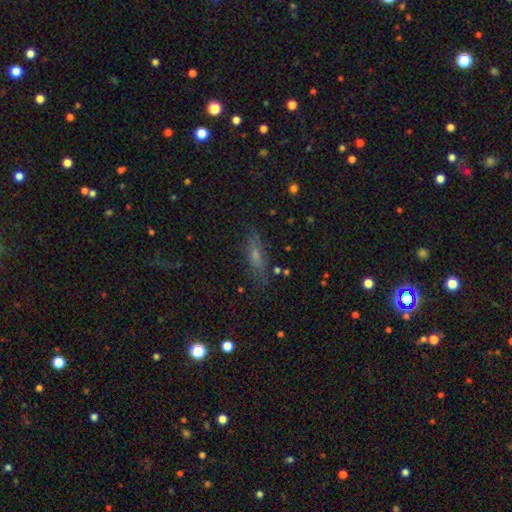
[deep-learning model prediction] Smooth or featured? smooth (52%)
How rounded? cigar-shaped (57%)
Merging? none (76%)